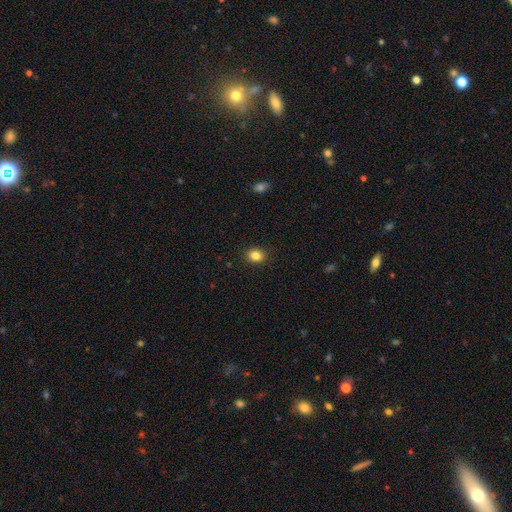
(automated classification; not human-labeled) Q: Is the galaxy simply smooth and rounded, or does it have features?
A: smooth — 84%.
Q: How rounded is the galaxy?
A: round — 60%.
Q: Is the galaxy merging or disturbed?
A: none — 91%.